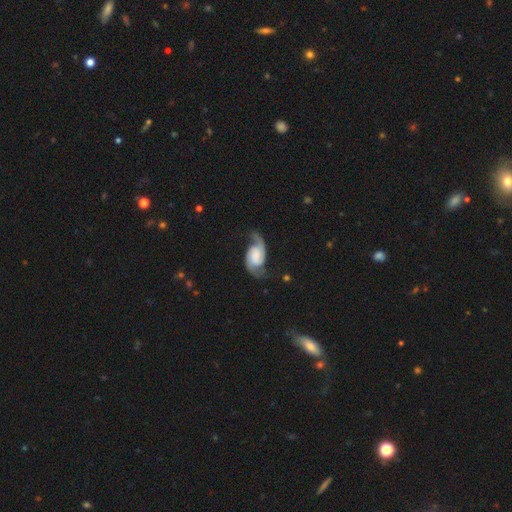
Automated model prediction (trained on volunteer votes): Smooth or featured?
  - featured or disk: 84% *
  - smooth: 11%
  - star or artifact: 5%
Edge-on disk?
  - no: 97% *
  - yes: 3%
Bar?
  - no: 54% *
  - weak: 34%
  - strong: 12%
Spiral arms?
  - yes: 96% *
  - no: 4%
Spiral winding?
  - loose: 46% *
  - medium: 39%
  - tight: 15%
Spiral arm count?
  - 2: 92% *
  - 1: 3%
  - can't tell: 2%
  - 3: 1%
  - 4: 1%
  - more than 4: 1%
Bulge size?
  - none: 40% *
  - large: 25%
  - small: 14%
  - moderate: 13%
  - dominant: 9%
Merging?
  - none: 64% *
  - minor disturbance: 21%
  - major disturbance: 13%
  - merger: 2%